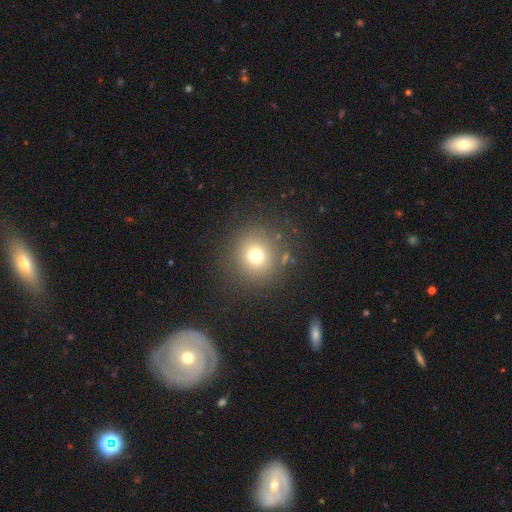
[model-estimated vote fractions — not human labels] Morphology: type=smooth (72%); roundness=round (93%); merging=none (85%).